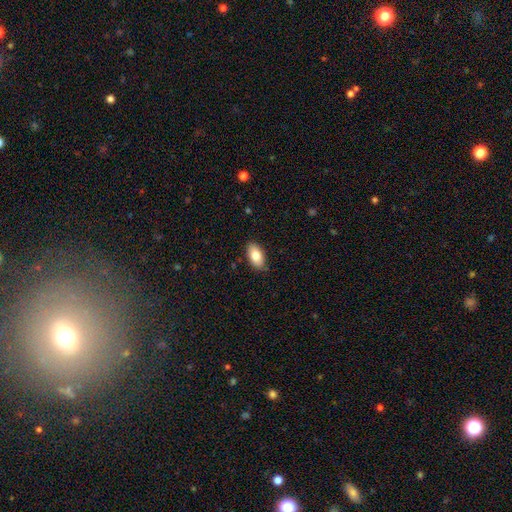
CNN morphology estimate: This is clearly a smooth galaxy (82%). How rounded: clearly in between (93%). Merging: clearly none (85%).